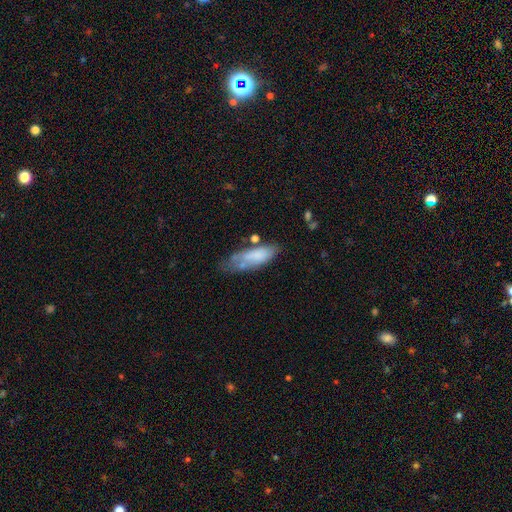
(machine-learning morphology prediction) Smooth or featured?
  - smooth: 71% *
  - featured or disk: 22%
  - star or artifact: 8%
How rounded?
  - in between: 66% *
  - cigar-shaped: 32%
  - round: 2%
Merging?
  - none: 40% *
  - minor disturbance: 31%
  - major disturbance: 18%
  - merger: 11%